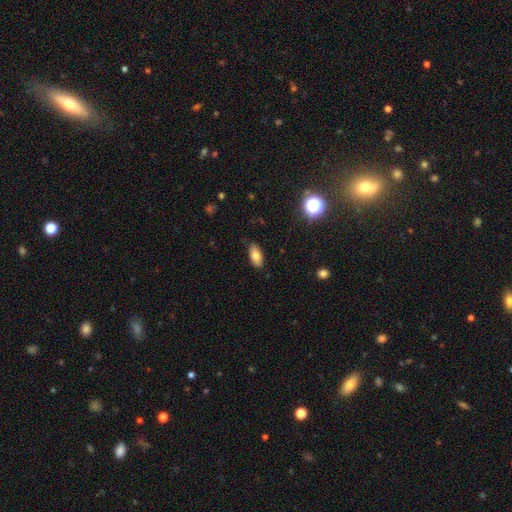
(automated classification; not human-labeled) Smooth or featured? smooth (80%)
How rounded? in between (88%)
Merging? none (85%)